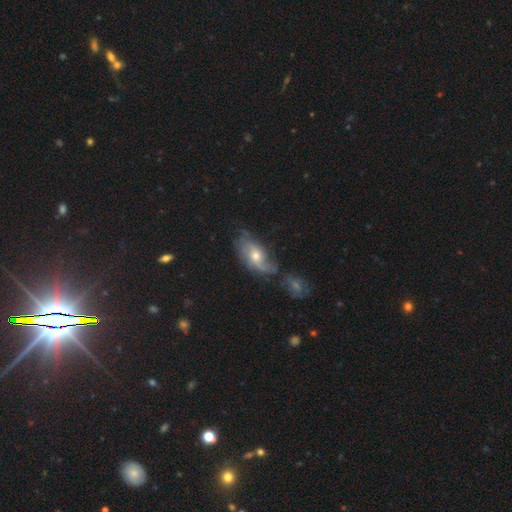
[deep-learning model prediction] Q: Smooth or featured?
A: featured or disk (67%); runner-up: smooth (25%)
Q: Edge-on disk?
A: no (92%); runner-up: yes (8%)
Q: Bar?
A: no (65%); runner-up: weak (30%)
Q: Spiral arms?
A: yes (84%); runner-up: no (16%)
Q: Spiral winding?
A: loose (41%); runner-up: medium (36%)
Q: Spiral arm count?
A: 2 (51%); runner-up: can't tell (28%)
Q: Bulge size?
A: moderate (59%); runner-up: small (35%)
Q: Merging?
A: none (46%); runner-up: minor disturbance (27%)